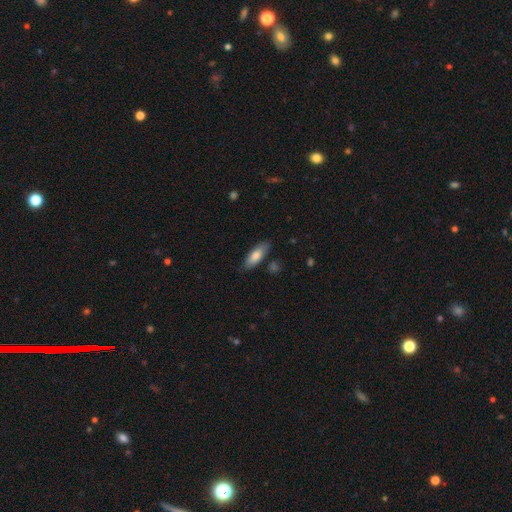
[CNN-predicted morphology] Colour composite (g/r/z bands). It shows a smooth galaxy with no disk features (78%) that is in between round and cigar-shaped (65%). Merging: none (82%).